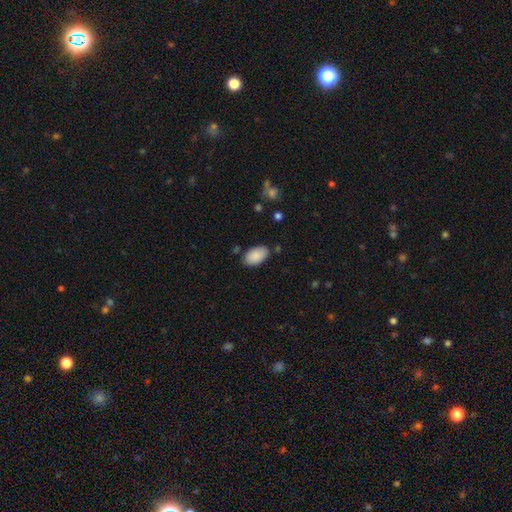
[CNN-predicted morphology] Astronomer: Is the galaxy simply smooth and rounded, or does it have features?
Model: smooth — 89%.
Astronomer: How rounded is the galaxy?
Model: in between — 95%.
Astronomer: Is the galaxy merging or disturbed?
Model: none — 82%.